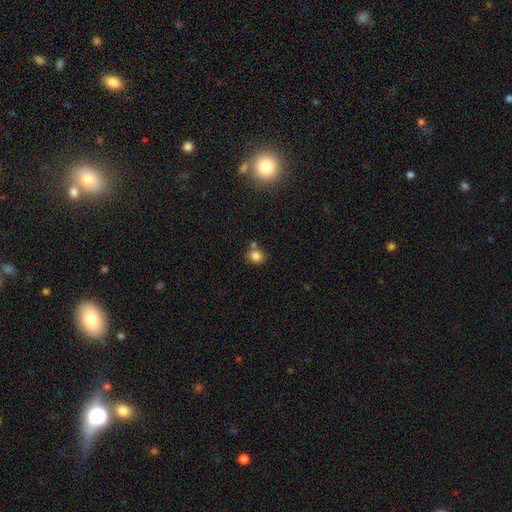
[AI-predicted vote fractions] A smooth galaxy with no disk features (83%) that is round (72%). Merging: none (65%).